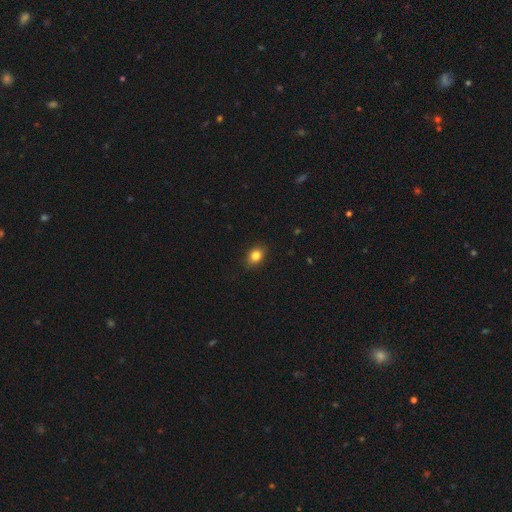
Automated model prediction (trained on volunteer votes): Smooth or featured?
  - smooth: 83% *
  - star or artifact: 10%
  - featured or disk: 7%
How rounded?
  - in between: 64% *
  - round: 35%
  - cigar-shaped: 1%
Merging?
  - none: 87% *
  - minor disturbance: 10%
  - major disturbance: 2%
  - merger: 1%